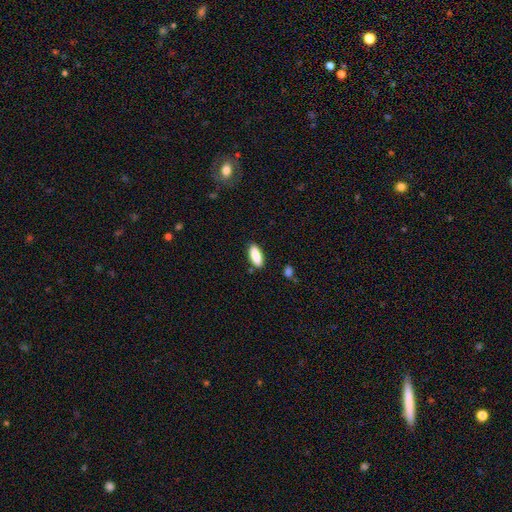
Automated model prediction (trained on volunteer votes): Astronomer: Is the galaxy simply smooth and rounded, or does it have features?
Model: smooth — 89%.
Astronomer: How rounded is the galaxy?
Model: in between — 75%.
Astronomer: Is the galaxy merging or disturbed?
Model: none — 85%.